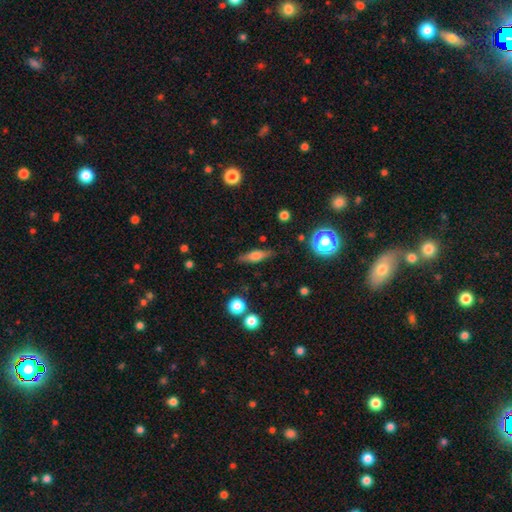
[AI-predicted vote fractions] Morphology: type=smooth (46%); merging=none (84%).